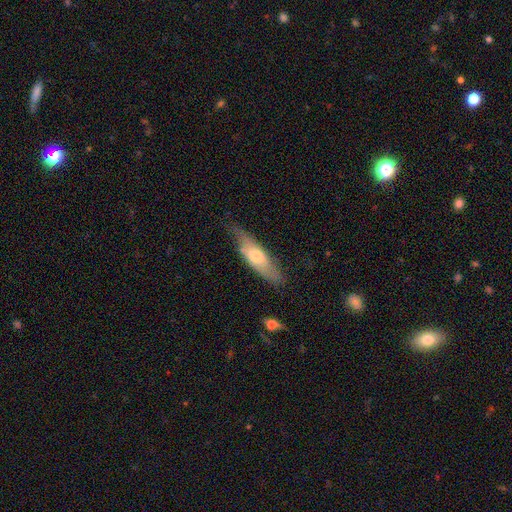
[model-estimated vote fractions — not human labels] Morphology: type=smooth (52%); roundness=cigar-shaped (50%); merging=none (65%).